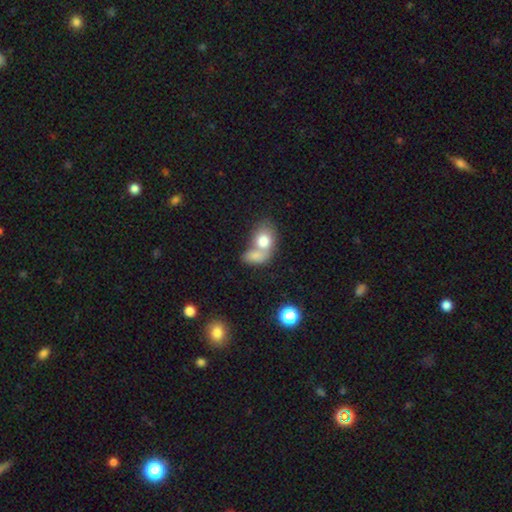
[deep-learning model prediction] Smooth or featured? Predicted: smooth (p=0.76). How rounded? Predicted: in between (p=0.69). Merging? Predicted: merger (p=0.66).